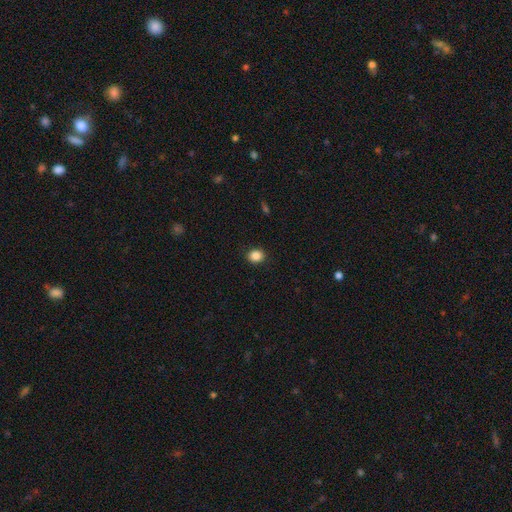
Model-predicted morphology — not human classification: Smooth or featured? Predicted: smooth (p=0.86). How rounded? Predicted: round (p=0.73). Merging? Predicted: none (p=0.90).